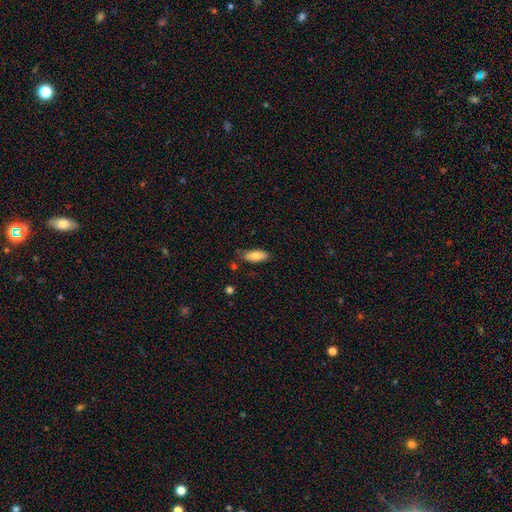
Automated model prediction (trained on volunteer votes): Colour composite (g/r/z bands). It shows a smooth galaxy with no disk features (79%) that is in between round and cigar-shaped (76%). Merging: none (79%).